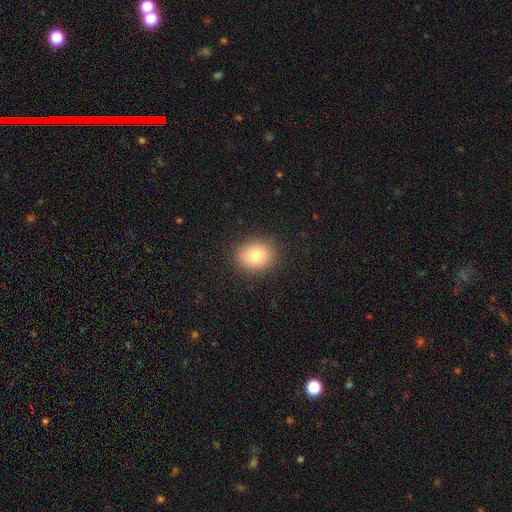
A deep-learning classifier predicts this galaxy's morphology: Q: Smooth or featured?
A: smooth (79%); runner-up: featured or disk (11%)
Q: How rounded?
A: round (72%); runner-up: in between (27%)
Q: Merging?
A: none (89%); runner-up: minor disturbance (8%)